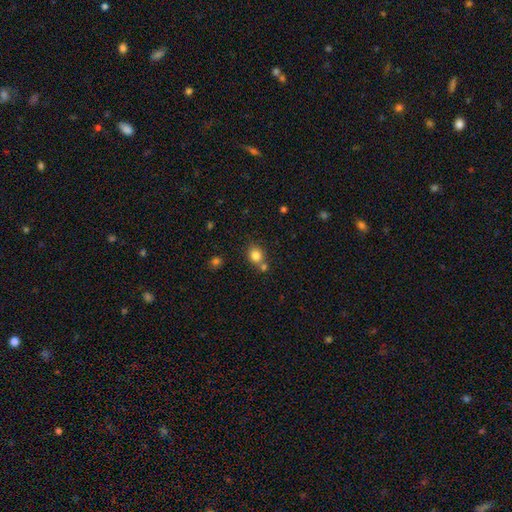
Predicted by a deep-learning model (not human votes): This appears to be a smooth galaxy with no disk features (81%) that is round (66%). Merging: none (58%).